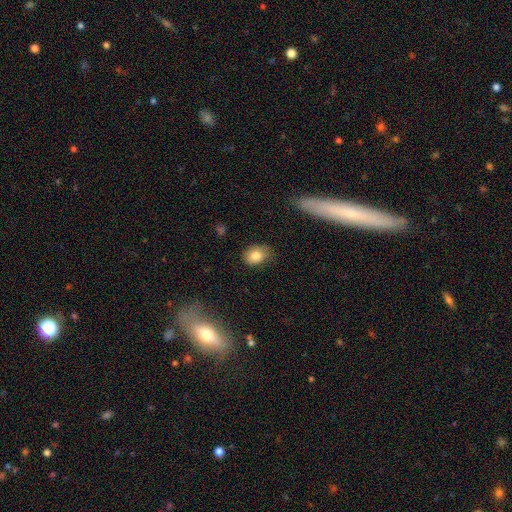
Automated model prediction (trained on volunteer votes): A smooth galaxy with no disk features (82%) that is in between round and cigar-shaped (61%).

Vote fractions:
- Smooth or featured? smooth: 82% / star or artifact: 9% / featured or disk: 9%
- How rounded? in between: 61% / round: 38% / cigar-shaped: 1%
- Merging? none: 70% / minor disturbance: 23% / major disturbance: 5% / merger: 2%